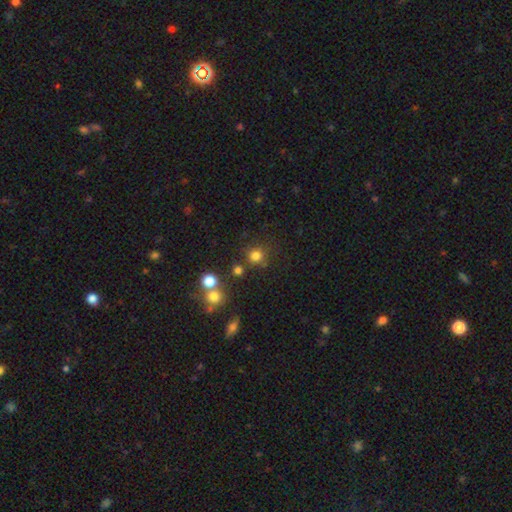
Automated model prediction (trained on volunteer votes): Q: Smooth or featured?
A: smooth (77%); runner-up: star or artifact (17%)
Q: How rounded?
A: round (92%); runner-up: in between (7%)
Q: Merging?
A: none (77%); runner-up: merger (10%)